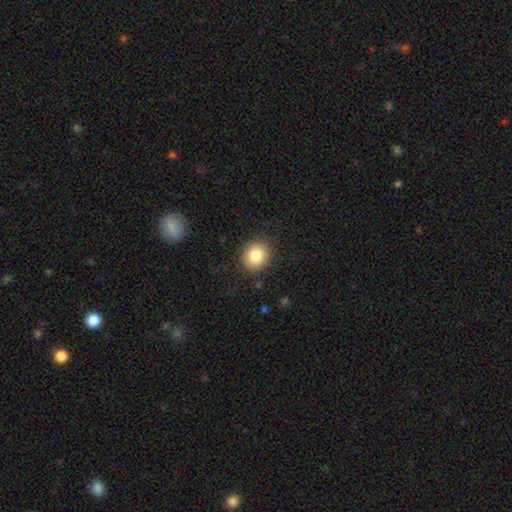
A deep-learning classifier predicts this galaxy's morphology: This appears to be a smooth galaxy with no disk features (83%) that is round (75%). Merging: none (87%).